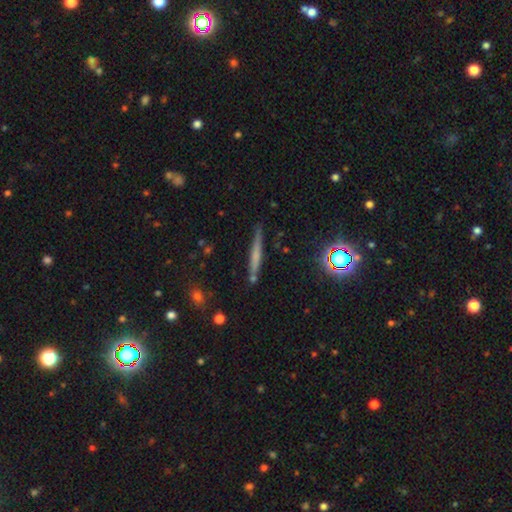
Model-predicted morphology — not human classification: Q: Smooth or featured?
A: smooth (48%); runner-up: featured or disk (38%)
Q: Merging?
A: none (80%); runner-up: minor disturbance (12%)